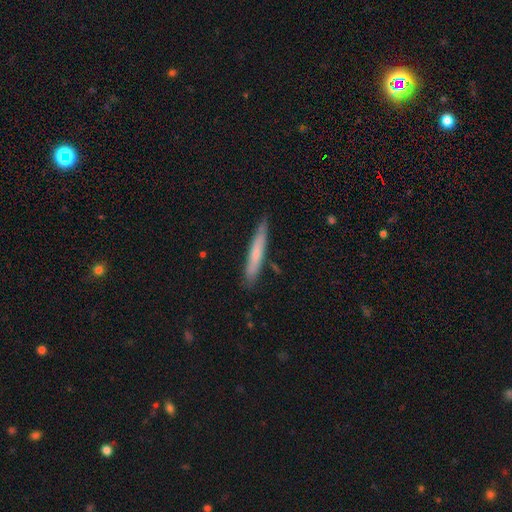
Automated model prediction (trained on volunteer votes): Smooth or featured? smooth (64%)
How rounded? cigar-shaped (93%)
Merging? none (79%)